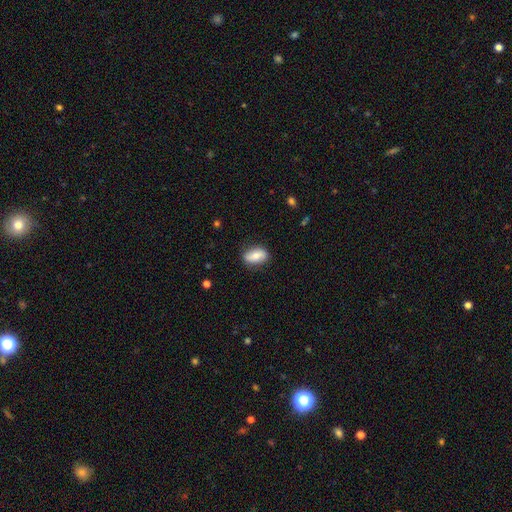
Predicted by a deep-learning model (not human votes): Morphology: type=smooth (68%); roundness=in between (87%); merging=none (82%).